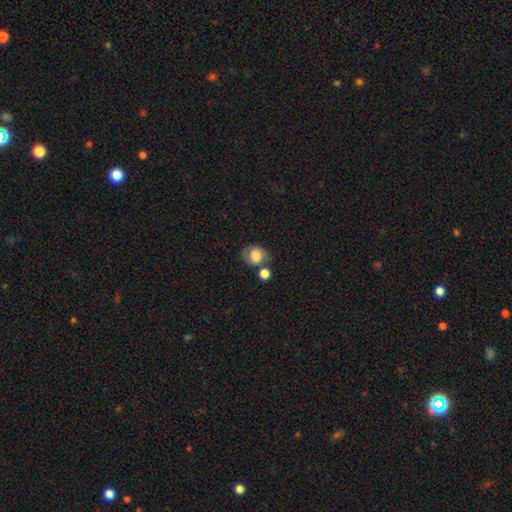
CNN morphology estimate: type=smooth (75%); roundness=round (63%); merging=none (55%).